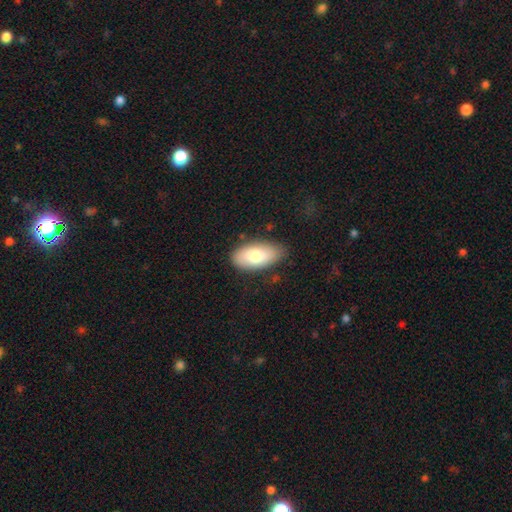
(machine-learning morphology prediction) smooth_or_featured: smooth (p=0.76) [alt: featured or disk p=0.17]
how_rounded: in between (p=0.93) [alt: cigar-shaped p=0.04]
merging: none (p=0.77) [alt: minor disturbance p=0.18]